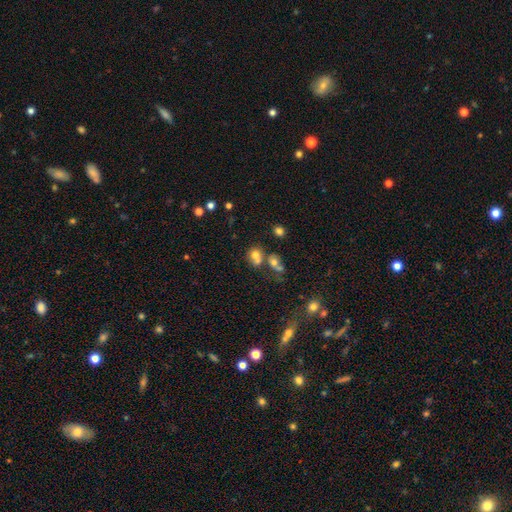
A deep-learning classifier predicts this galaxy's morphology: smooth-or-featured: smooth: 71% | featured or disk: 15% | star or artifact: 14%
  how-rounded: round: 70% | in between: 28% | cigar-shaped: 1%
  merging: merger: 47% | none: 37% | minor disturbance: 10% | major disturbance: 6%